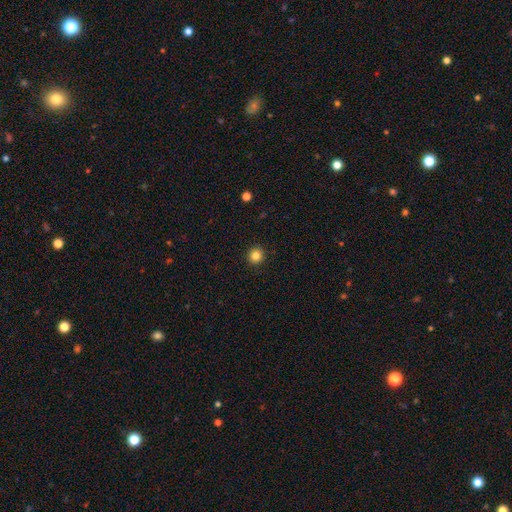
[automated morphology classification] This is clearly a smooth galaxy (84%). How rounded: clearly round (93%). Merging: clearly none (93%).